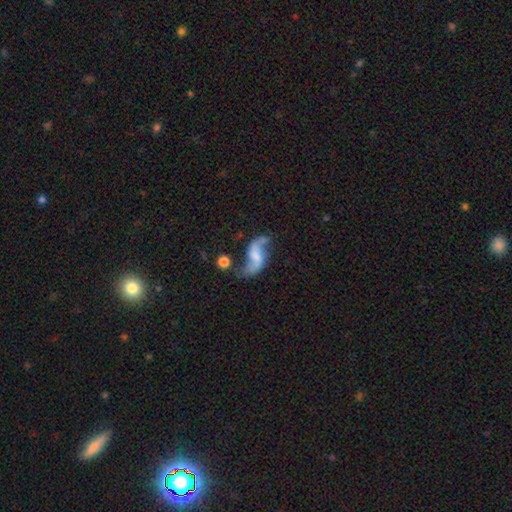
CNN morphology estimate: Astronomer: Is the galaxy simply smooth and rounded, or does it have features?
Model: featured or disk — 81%.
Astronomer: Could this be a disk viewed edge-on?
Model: no — 96%.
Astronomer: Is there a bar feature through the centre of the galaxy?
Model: weak — 42% (runner-up: no, 40%).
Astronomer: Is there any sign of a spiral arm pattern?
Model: yes — 93%.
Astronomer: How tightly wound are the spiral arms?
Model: loose — 86%.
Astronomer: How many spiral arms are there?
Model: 2 — 92%.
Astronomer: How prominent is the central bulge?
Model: small — 32% (runner-up: none, 30%).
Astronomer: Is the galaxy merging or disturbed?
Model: none — 55%.